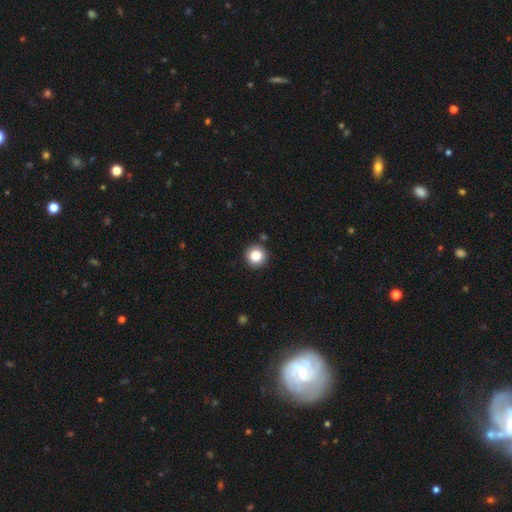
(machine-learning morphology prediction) smooth-or-featured: smooth: 84% | star or artifact: 10% | featured or disk: 6%
  how-rounded: round: 95% | in between: 4% | cigar-shaped: 1%
  merging: none: 91% | minor disturbance: 6% | merger: 2% | major disturbance: 2%